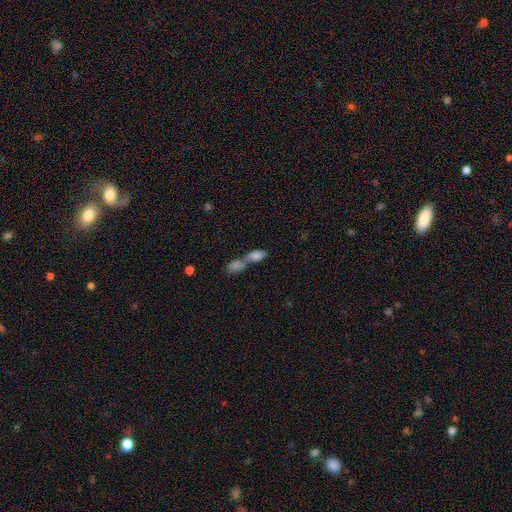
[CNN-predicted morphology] Smooth or featured?
  - smooth: 78% *
  - featured or disk: 13%
  - star or artifact: 8%
How rounded?
  - in between: 82% *
  - cigar-shaped: 10%
  - round: 8%
Merging?
  - merger: 76% *
  - none: 16%
  - minor disturbance: 5%
  - major disturbance: 4%